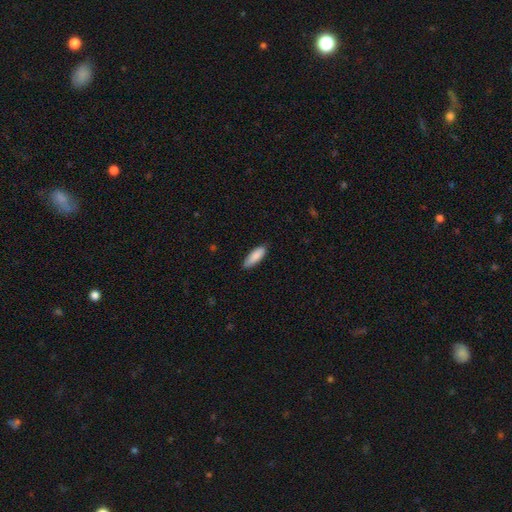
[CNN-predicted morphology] Overall: smooth (88%). How rounded: in between (61%; cigar-shaped 38%). Merging: none (82%).